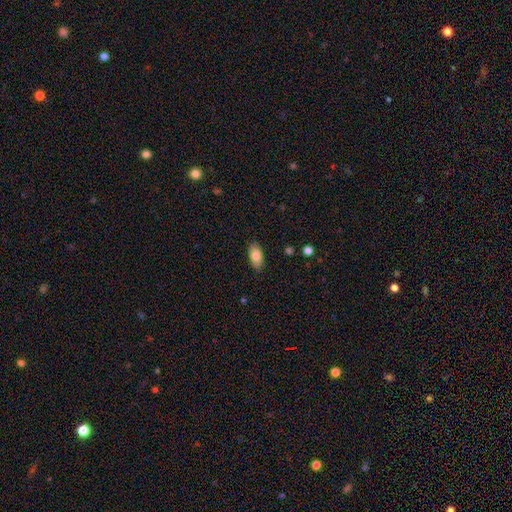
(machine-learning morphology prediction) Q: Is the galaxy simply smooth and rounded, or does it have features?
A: smooth — 82%.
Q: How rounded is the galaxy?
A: in between — 91%.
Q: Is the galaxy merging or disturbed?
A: none — 86%.